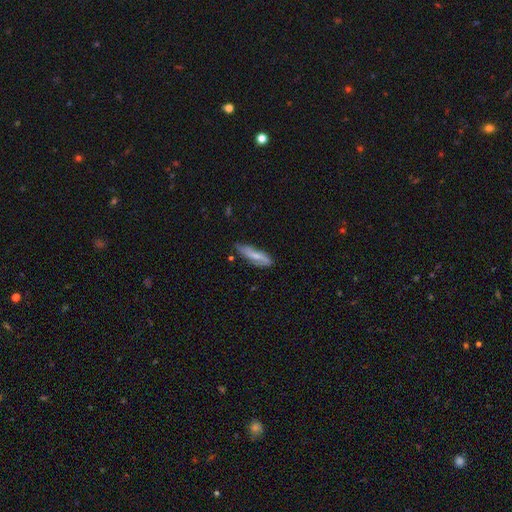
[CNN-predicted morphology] This appears to be a smooth galaxy with no disk features (50%) that is cigar-shaped (59%). Merging: none (63%).